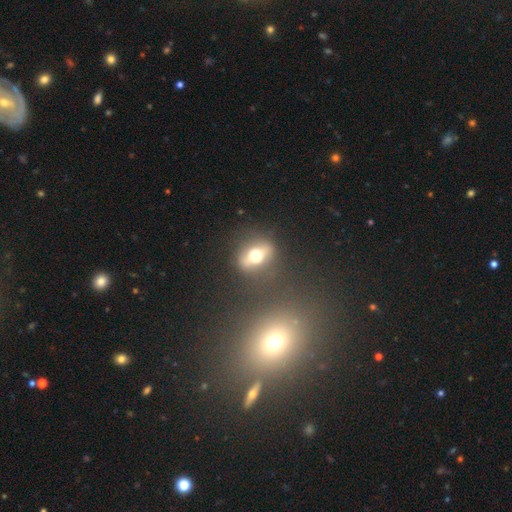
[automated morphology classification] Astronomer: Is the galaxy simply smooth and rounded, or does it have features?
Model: smooth — 49% (runner-up: featured or disk, 40%).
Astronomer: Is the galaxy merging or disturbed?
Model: none — 78%.